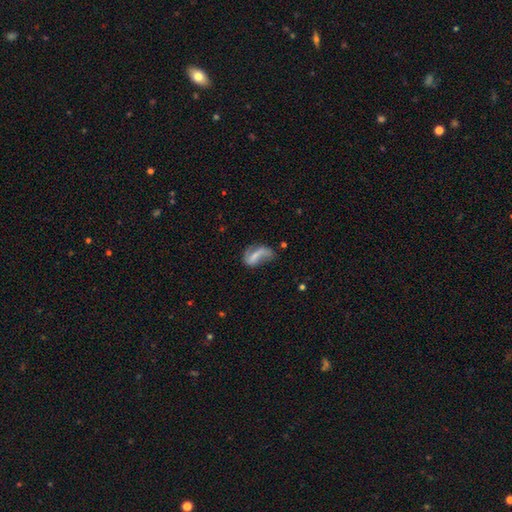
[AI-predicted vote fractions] featured or disk 58%, smooth 34%, star or artifact 8%. Down the decision tree: edge-on disk — no (94%); bar — strong (39%); spiral arms — yes (73%); bulge size — none (41%); merging — none (37%).